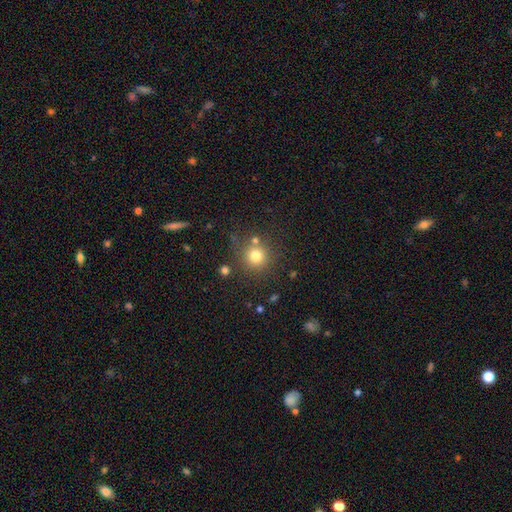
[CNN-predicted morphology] Smooth or featured? Predicted: smooth (p=0.77). How rounded? Predicted: round (p=0.93). Merging? Predicted: none (p=0.77).